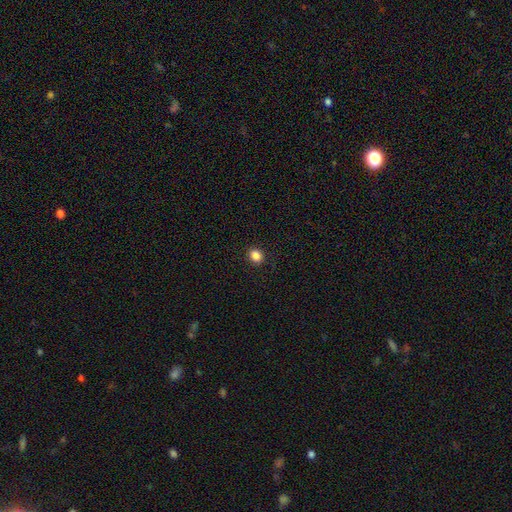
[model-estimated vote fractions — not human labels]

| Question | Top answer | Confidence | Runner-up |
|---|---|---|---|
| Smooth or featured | smooth | 85% | star or artifact (11%) |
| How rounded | round | 64% | in between (35%) |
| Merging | none | 91% | minor disturbance (6%) |